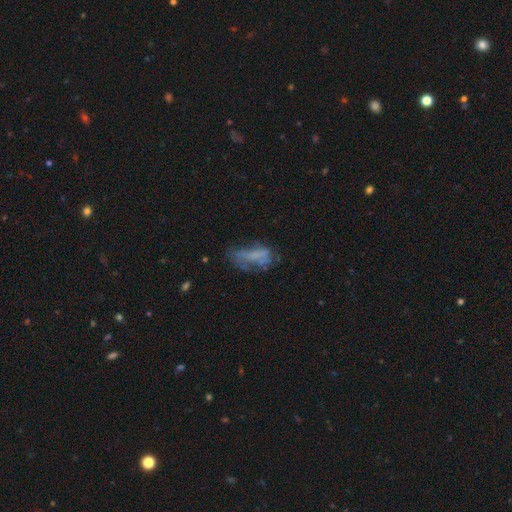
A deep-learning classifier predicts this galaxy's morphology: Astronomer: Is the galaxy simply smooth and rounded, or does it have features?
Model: smooth — 44% (runner-up: featured or disk, 41%).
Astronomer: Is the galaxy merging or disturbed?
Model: none — 37% (runner-up: major disturbance, 32%).